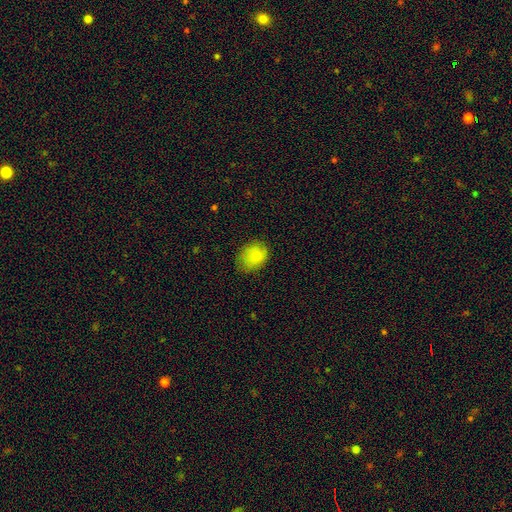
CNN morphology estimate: Q: Smooth or featured?
A: smooth (79%); runner-up: featured or disk (12%)
Q: How rounded?
A: in between (56%); runner-up: round (43%)
Q: Merging?
A: none (74%); runner-up: minor disturbance (21%)